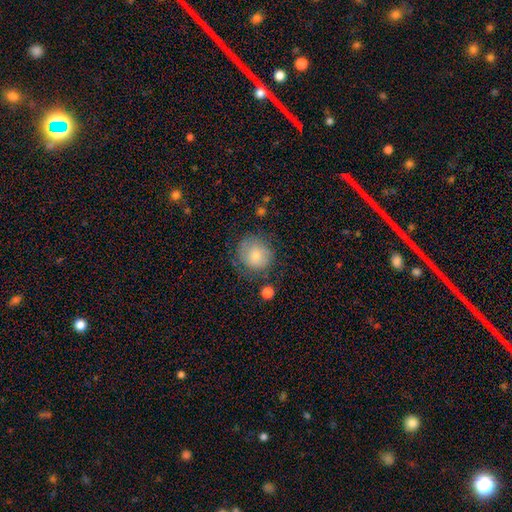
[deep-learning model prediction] Smooth or featured? smooth (77%)
How rounded? round (88%)
Merging? none (68%)